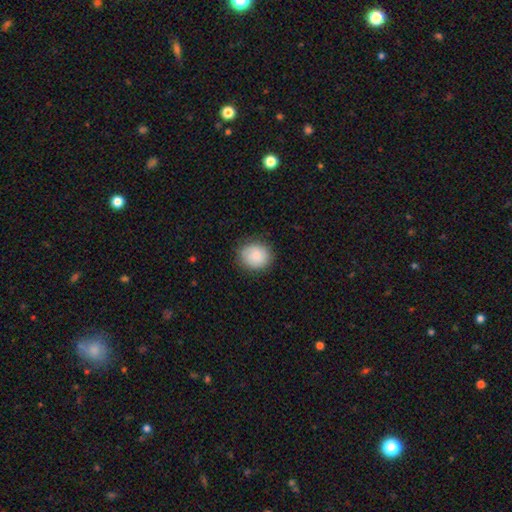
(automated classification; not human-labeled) The model was most divided on "how rounded": round: 76%, in between: 23%, cigar-shaped: 1%. More confident: merging — none (84%); smooth or featured — smooth (84%).